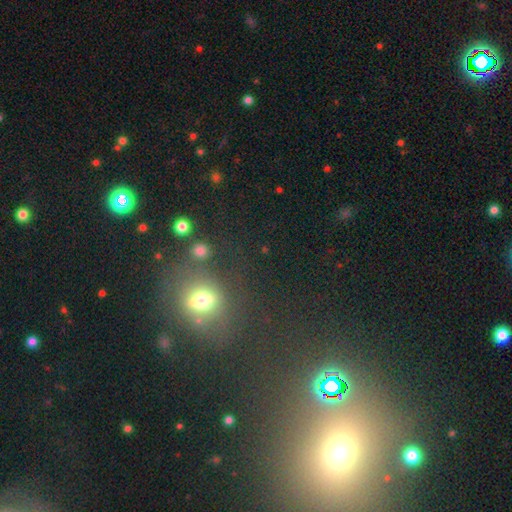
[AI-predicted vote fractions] Morphology: type=star or artifact (45%).